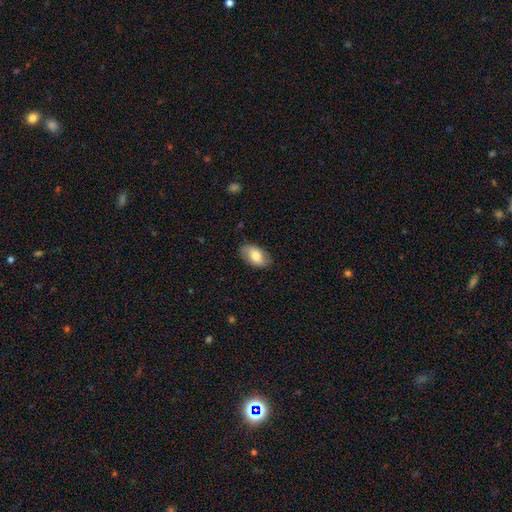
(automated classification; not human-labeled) This is likely a smooth galaxy (73%). How rounded: clearly in between (93%). Merging: clearly none (82%).